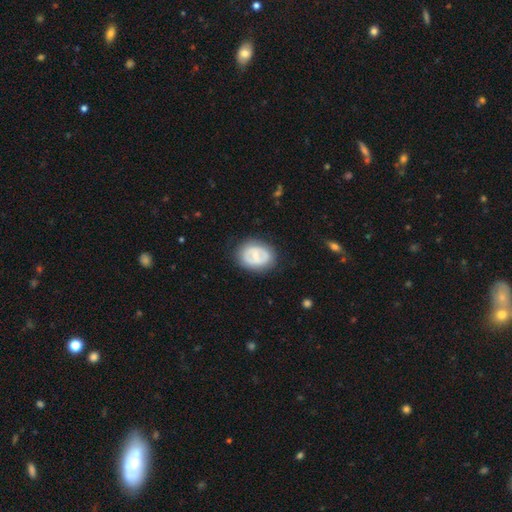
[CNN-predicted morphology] smooth_or_featured: featured or disk (p=0.49) [alt: smooth p=0.45]
merging: none (p=0.79) [alt: minor disturbance p=0.14]